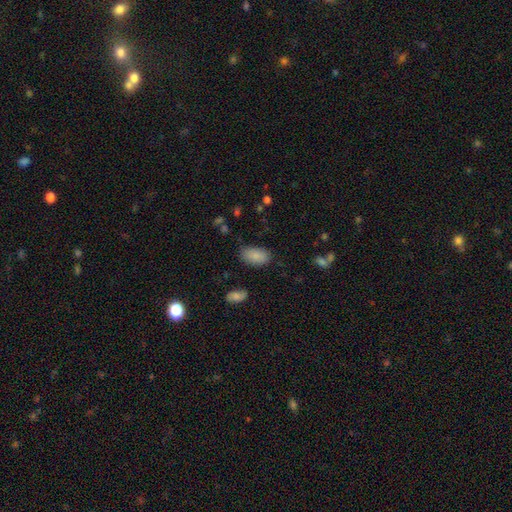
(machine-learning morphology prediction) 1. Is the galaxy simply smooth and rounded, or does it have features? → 86% smooth, 8% star or artifact, 6% featured or disk.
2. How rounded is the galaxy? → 94% in between, 4% round, 2% cigar-shaped.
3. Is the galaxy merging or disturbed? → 81% none, 14% minor disturbance, 4% major disturbance, 2% merger.